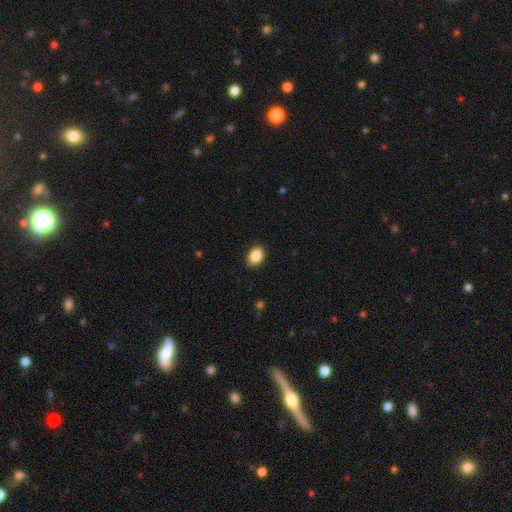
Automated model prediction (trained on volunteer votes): smooth_or_featured: smooth (p=0.87) [alt: star or artifact p=0.08]
how_rounded: in between (p=0.79) [alt: round p=0.20]
merging: none (p=0.88) [alt: minor disturbance p=0.09]